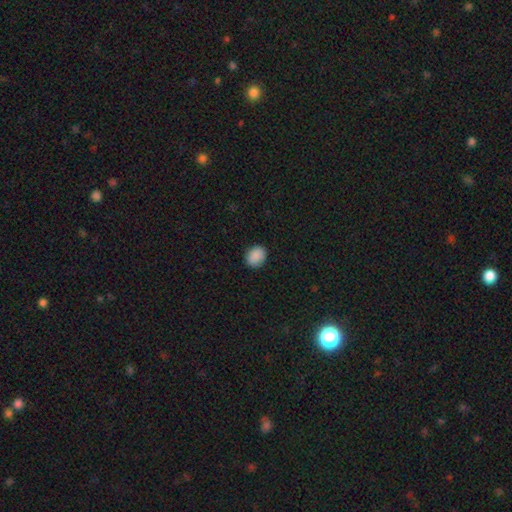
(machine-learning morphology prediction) Overall: smooth (89%). How rounded: in between (51%; round 48%). Merging: none (88%).